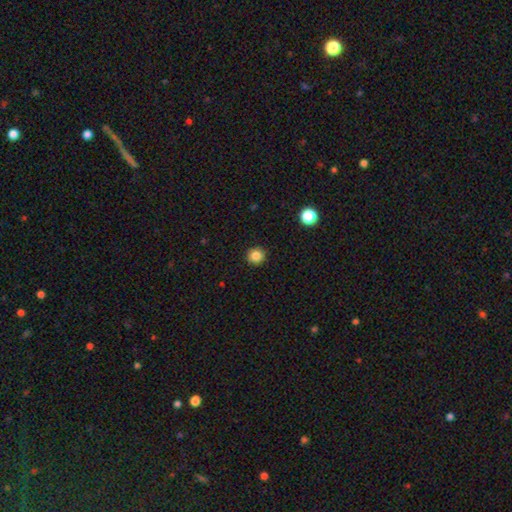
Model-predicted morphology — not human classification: Q: Smooth or featured?
A: smooth (84%); runner-up: star or artifact (11%)
Q: How rounded?
A: round (93%); runner-up: in between (6%)
Q: Merging?
A: none (93%); runner-up: minor disturbance (5%)